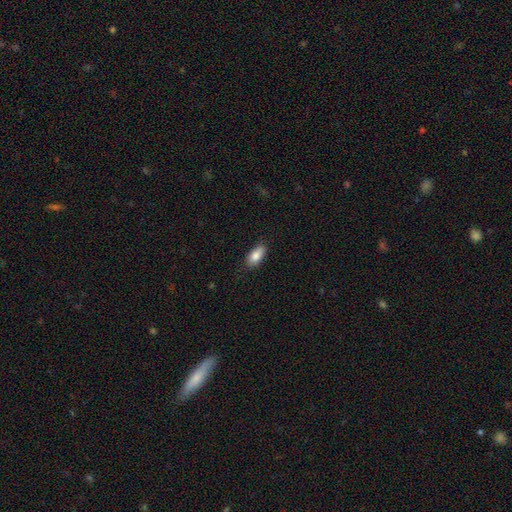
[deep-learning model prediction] Smooth or featured? Predicted: smooth (p=0.84). How rounded? Predicted: in between (p=0.87). Merging? Predicted: none (p=0.81).